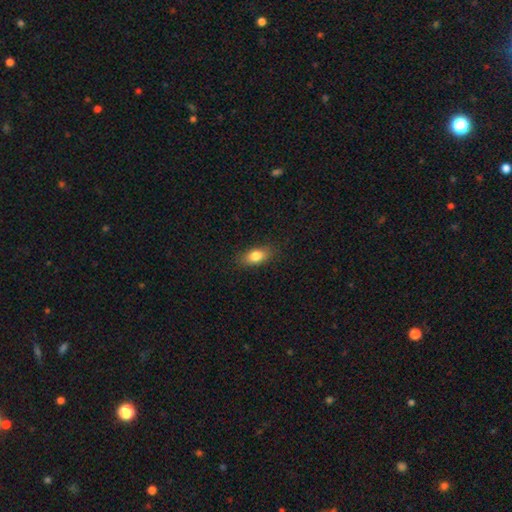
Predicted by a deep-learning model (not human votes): Morphology: type=smooth (81%); roundness=in between (82%); merging=none (85%).